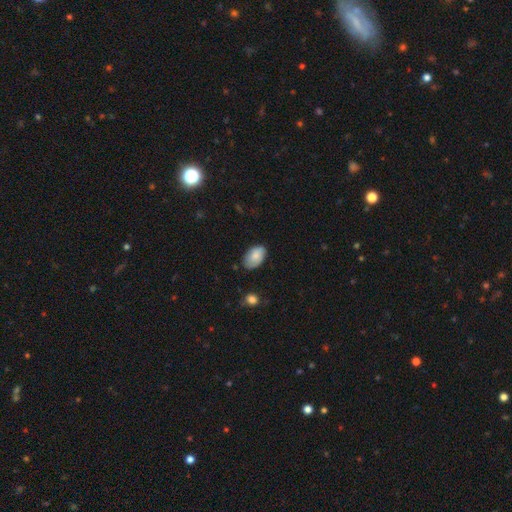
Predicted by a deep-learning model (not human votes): The model was most divided on "merging": none: 75%, minor disturbance: 20%, major disturbance: 3%, merger: 2%. More confident: how rounded — in between (91%); smooth or featured — smooth (80%).